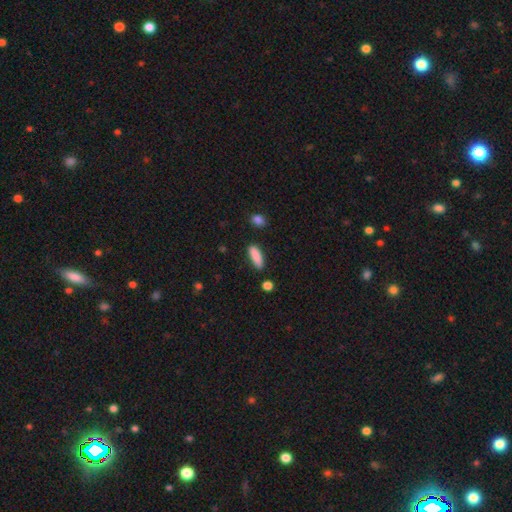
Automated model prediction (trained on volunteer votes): Smooth or featured: smooth — 88% (star or artifact — 7%)
How rounded: in between — 53% (cigar-shaped — 44%)
Merging: none — 81% (minor disturbance — 13%)